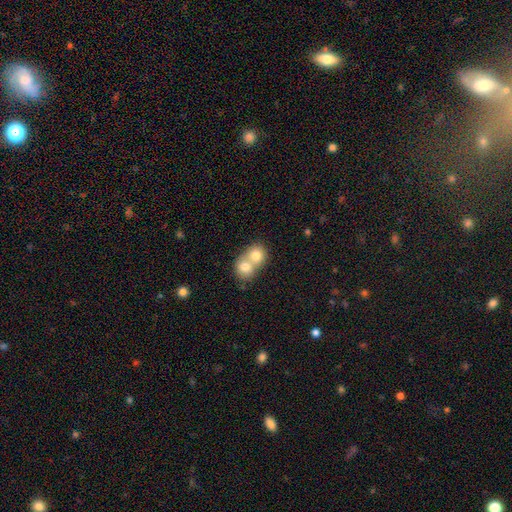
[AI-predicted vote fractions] A smooth galaxy with no disk features (75%) that is round (76%).

Vote fractions:
- Smooth or featured? smooth: 75% / featured or disk: 16% / star or artifact: 9%
- How rounded? round: 76% / in between: 23% / cigar-shaped: 1%
- Merging? merger: 73% / none: 21% / minor disturbance: 4% / major disturbance: 2%